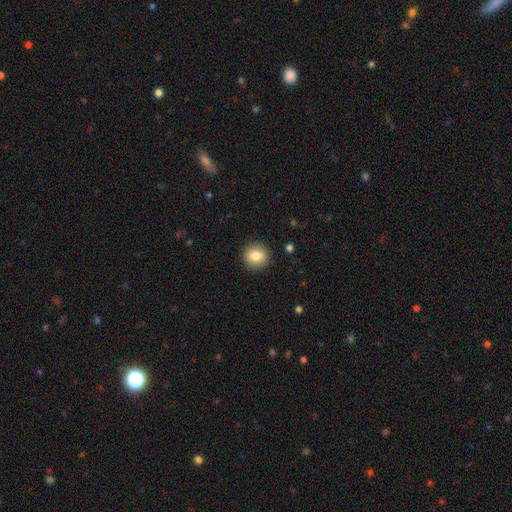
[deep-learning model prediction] smooth-or-featured: smooth: 83% | star or artifact: 9% | featured or disk: 8%
  how-rounded: round: 92% | in between: 7% | cigar-shaped: 1%
  merging: none: 91% | minor disturbance: 6% | major disturbance: 2% | merger: 1%